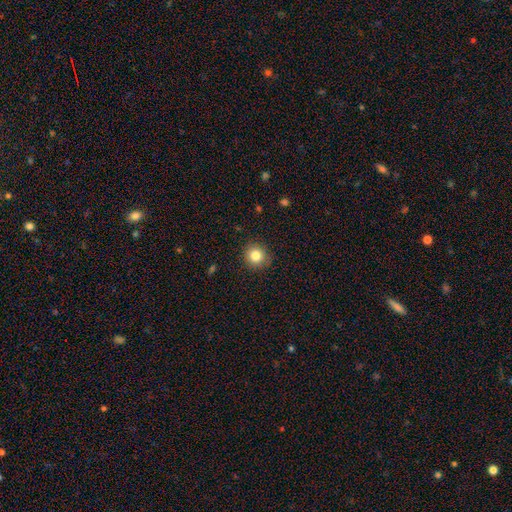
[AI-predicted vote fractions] Smooth or featured: smooth — 83% (star or artifact — 10%)
How rounded: round — 89% (in between — 10%)
Merging: none — 89% (minor disturbance — 8%)